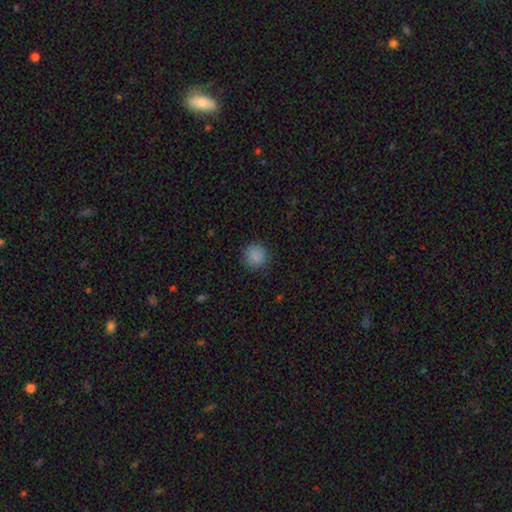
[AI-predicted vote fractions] This is clearly a smooth galaxy (88%). How rounded: clearly round (93%). Merging: clearly none (88%).